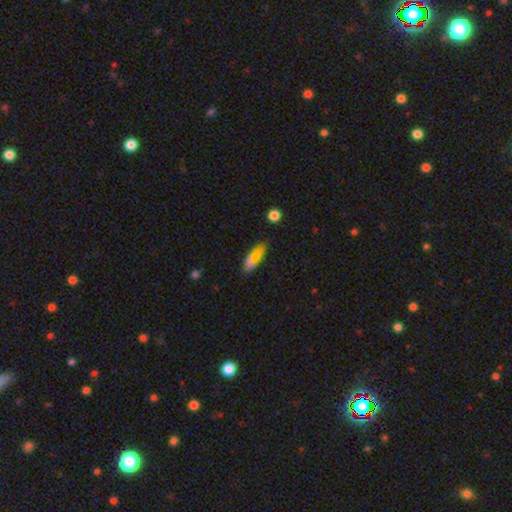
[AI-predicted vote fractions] This appears to be a smooth galaxy with no disk features (74%) that is in between round and cigar-shaped (51%). Merging: none (72%).